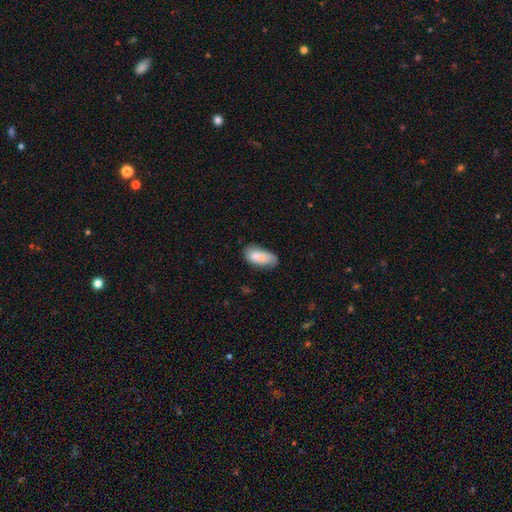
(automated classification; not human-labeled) smooth-or-featured: smooth: 80% | featured or disk: 13% | star or artifact: 7%
  how-rounded: in between: 89% | cigar-shaped: 9% | round: 2%
  merging: none: 53% | minor disturbance: 33% | major disturbance: 9% | merger: 5%